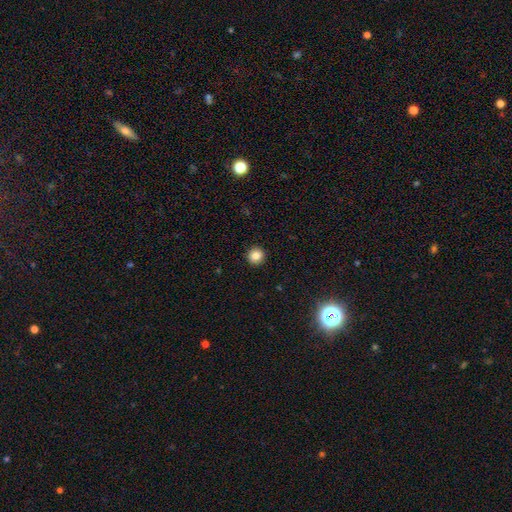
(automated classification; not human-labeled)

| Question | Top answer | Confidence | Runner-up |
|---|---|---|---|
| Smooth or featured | smooth | 85% | star or artifact (11%) |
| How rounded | round | 94% | in between (5%) |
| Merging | none | 93% | minor disturbance (4%) |